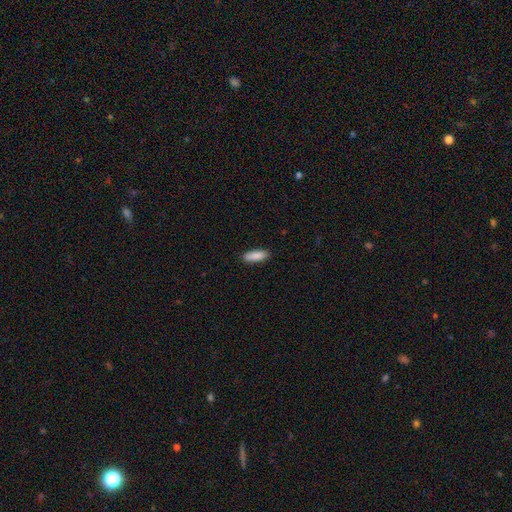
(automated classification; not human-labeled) smooth-or-featured: smooth: 90% | star or artifact: 6% | featured or disk: 5%
  how-rounded: in between: 55% | cigar-shaped: 44% | round: 2%
  merging: none: 89% | minor disturbance: 8% | major disturbance: 2% | merger: 1%